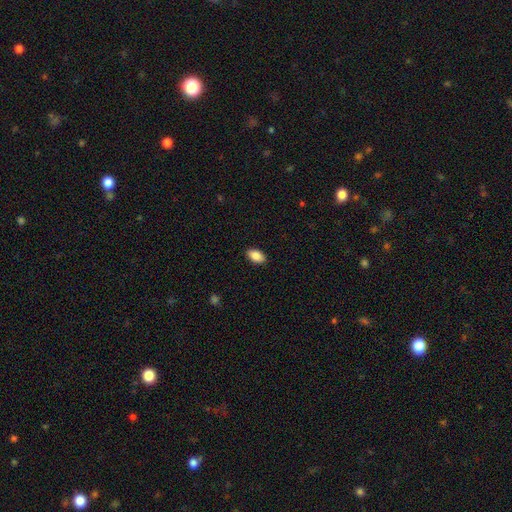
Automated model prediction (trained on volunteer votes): The model was most divided on "smooth or featured": smooth: 87%, star or artifact: 7%, featured or disk: 6%. More confident: how rounded — in between (92%); merging — none (89%).